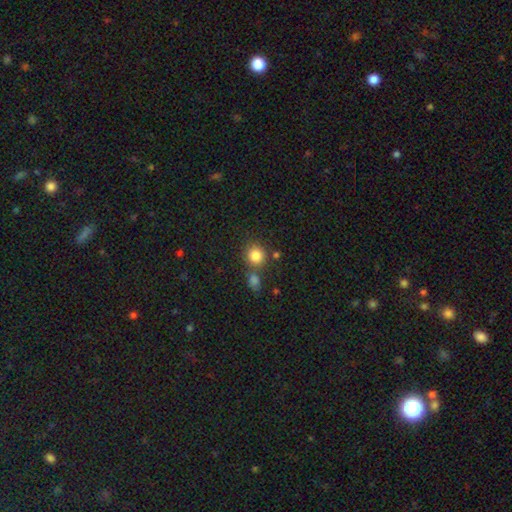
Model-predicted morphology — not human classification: smooth_or_featured: smooth (p=0.83) [alt: star or artifact p=0.11]
how_rounded: round (p=0.87) [alt: in between p=0.12]
merging: none (p=0.68) [alt: merger p=0.19]